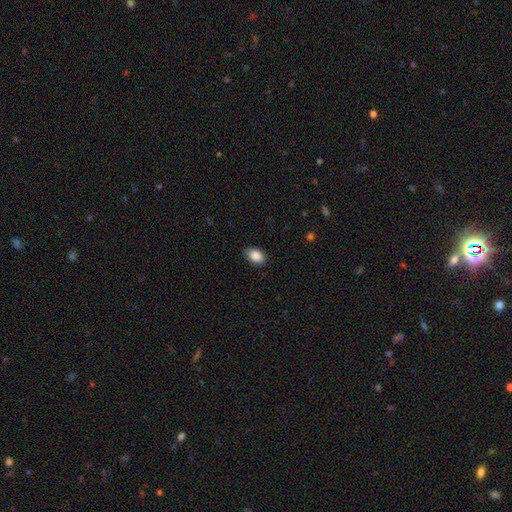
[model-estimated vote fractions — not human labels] Morphology: type=smooth (89%); roundness=in between (85%); merging=none (86%).